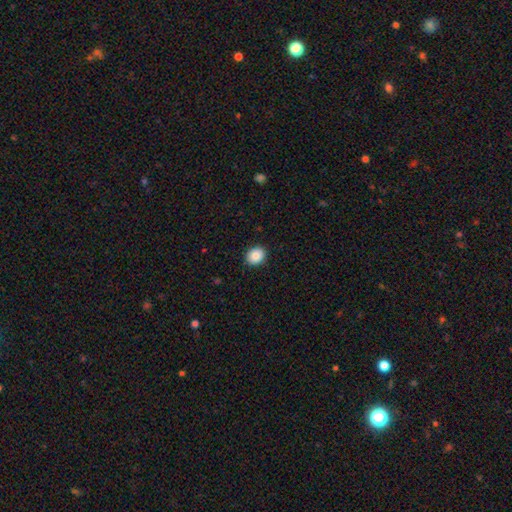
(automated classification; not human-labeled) Smooth or featured? Predicted: smooth (p=0.87). How rounded? Predicted: round (p=0.62). Merging? Predicted: none (p=0.91).